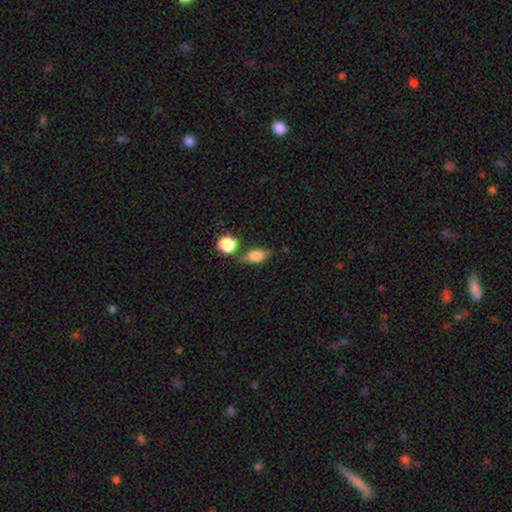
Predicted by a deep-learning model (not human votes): smooth-or-featured: smooth: 69% | featured or disk: 21% | star or artifact: 10%
  how-rounded: in between: 71% | round: 18% | cigar-shaped: 11%
  merging: none: 65% | minor disturbance: 18% | merger: 12% | major disturbance: 5%